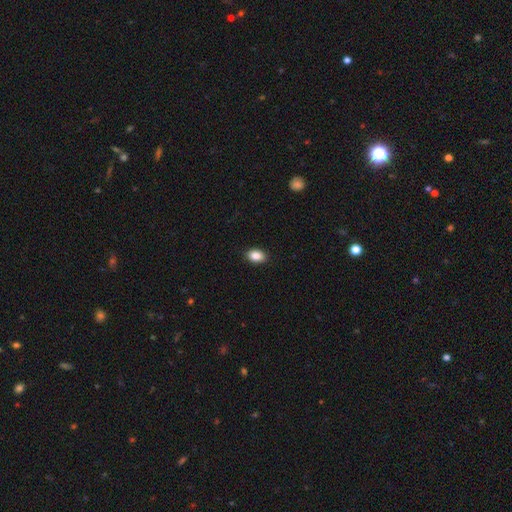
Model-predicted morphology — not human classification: This appears to be a smooth galaxy with no disk features (87%) that is in between round and cigar-shaped (85%). Merging: none (90%).